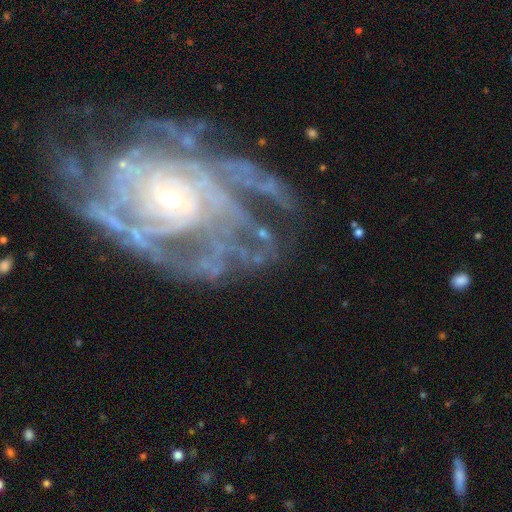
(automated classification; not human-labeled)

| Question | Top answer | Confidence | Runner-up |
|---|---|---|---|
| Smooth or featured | featured or disk | 85% | star or artifact (9%) |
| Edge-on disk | no | 96% | yes (4%) |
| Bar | no | 64% | weak (24%) |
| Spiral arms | yes | 93% | no (7%) |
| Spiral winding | tight | 66% | medium (26%) |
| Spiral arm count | can't tell | 34% | 4 (16%) |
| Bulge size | small | 74% | moderate (21%) |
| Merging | none | 52% | major disturbance (24%) |